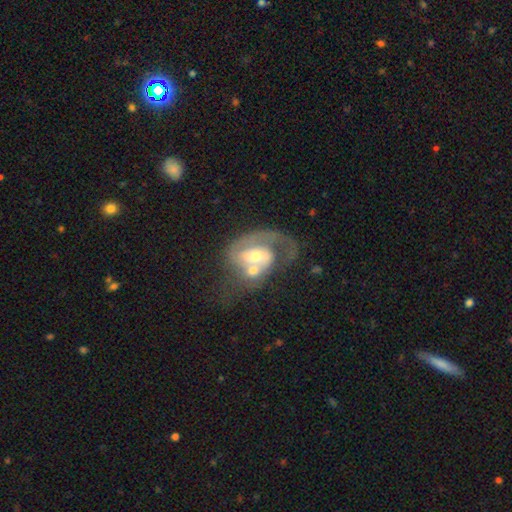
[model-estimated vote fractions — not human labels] The model was most divided on "spiral arm count": 1: 45%, 2: 38%, can't tell: 12%, 3: 2%, 4: 1%, more than 4: 1%. Remaining: edge-on disk — no (97%); spiral arms — yes (84%); smooth or featured — featured or disk (78%); bulge size — moderate (59%); bar — no (51%); merging — merger (44%); spiral winding — medium (43%).